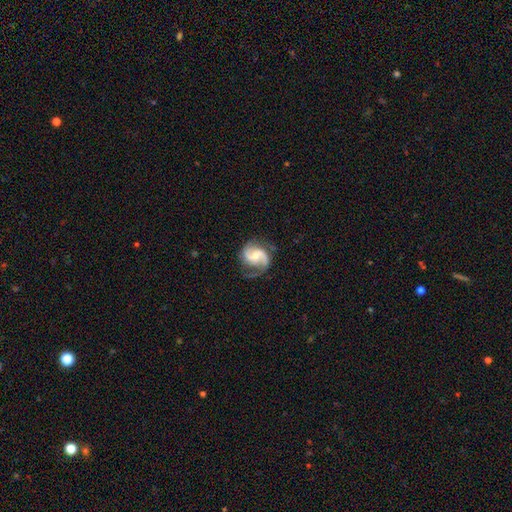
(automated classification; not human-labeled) Smooth or featured: featured or disk — 87% (smooth — 8%)
Edge-on disk: no — 98% (yes — 2%)
Bar: weak — 44% (no — 42%)
Spiral arms: yes — 97% (no — 3%)
Spiral winding: medium — 51% (loose — 32%)
Spiral arm count: 2 — 87% (1 — 5%)
Bulge size: moderate — 47% (small — 39%)
Merging: none — 68% (minor disturbance — 19%)